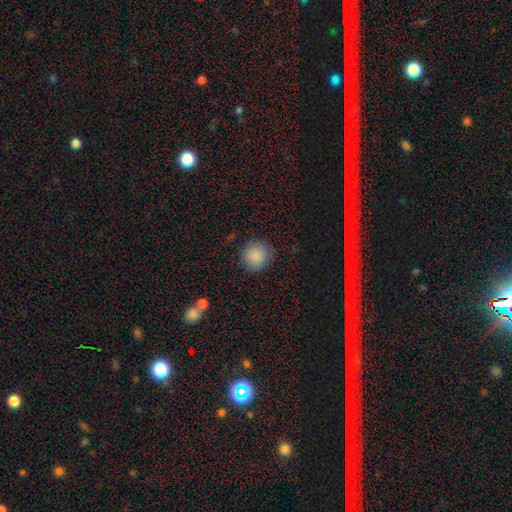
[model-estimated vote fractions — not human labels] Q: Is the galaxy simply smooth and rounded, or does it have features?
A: smooth — 87%.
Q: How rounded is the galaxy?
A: round — 91%.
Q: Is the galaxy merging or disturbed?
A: none — 88%.